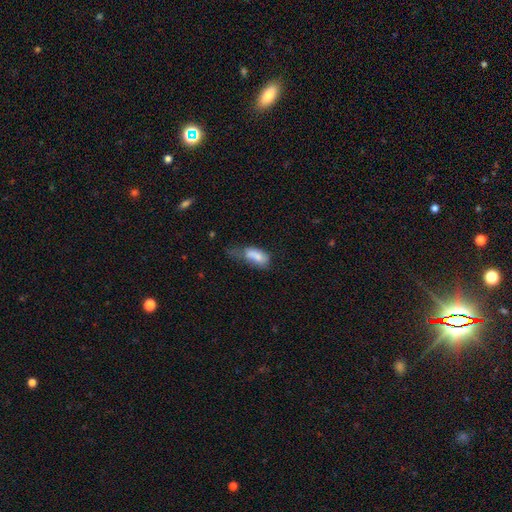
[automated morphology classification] Smooth or featured: smooth — 75% (featured or disk — 16%)
How rounded: in between — 87% (cigar-shaped — 9%)
Merging: major disturbance — 36% (minor disturbance — 31%)